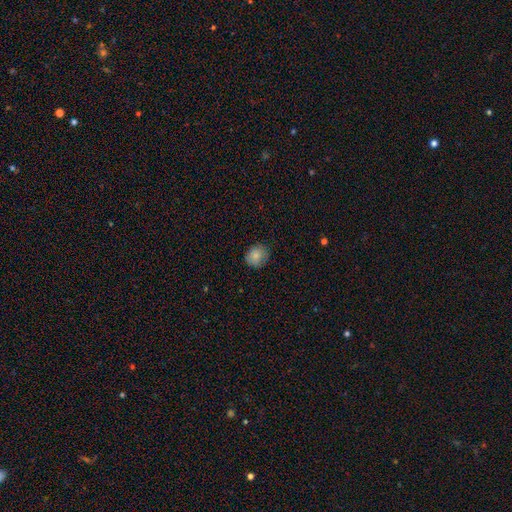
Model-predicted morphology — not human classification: smooth-or-featured: smooth: 82% | star or artifact: 9% | featured or disk: 9%
  how-rounded: round: 78% | in between: 21% | cigar-shaped: 1%
  merging: none: 79% | minor disturbance: 17% | major disturbance: 3% | merger: 1%